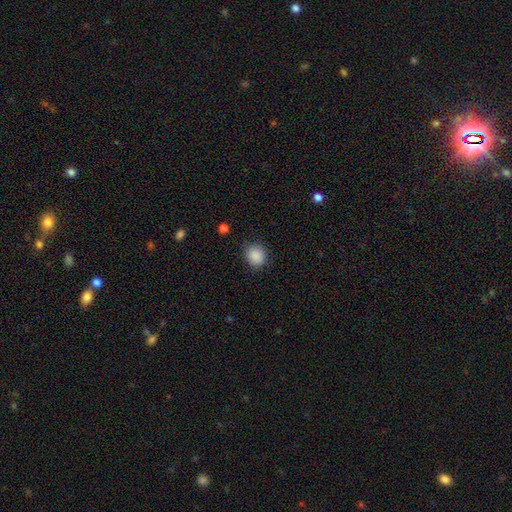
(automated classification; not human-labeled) Overall: smooth (88%). How rounded: round (76%). Merging: none (84%).